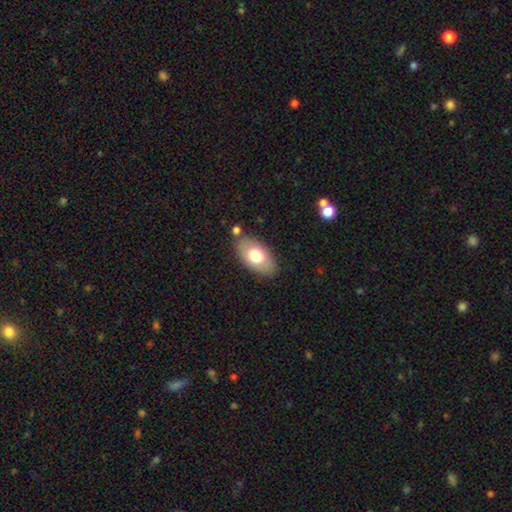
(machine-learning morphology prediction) Smooth or featured? smooth (68%)
How rounded? in between (92%)
Merging? none (79%)